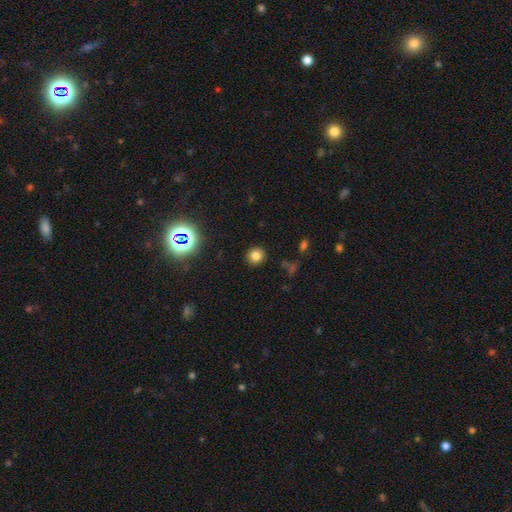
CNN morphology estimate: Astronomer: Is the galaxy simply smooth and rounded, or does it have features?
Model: smooth — 77%.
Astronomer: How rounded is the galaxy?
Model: round — 89%.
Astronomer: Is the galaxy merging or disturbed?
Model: none — 90%.